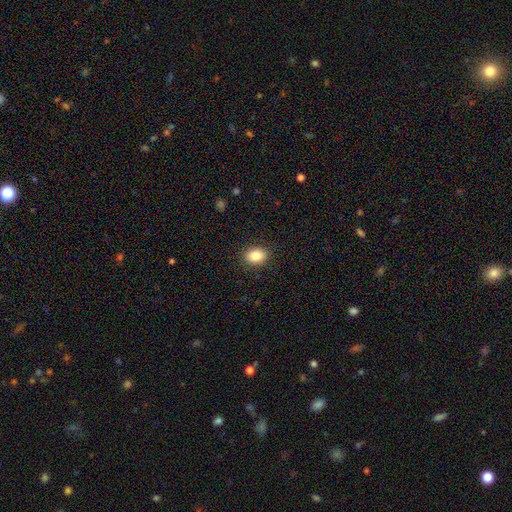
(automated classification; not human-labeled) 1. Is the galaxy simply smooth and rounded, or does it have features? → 86% smooth, 9% star or artifact, 5% featured or disk.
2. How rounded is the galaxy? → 69% in between, 30% round, 1% cigar-shaped.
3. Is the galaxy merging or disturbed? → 89% none, 8% minor disturbance, 2% major disturbance, 1% merger.